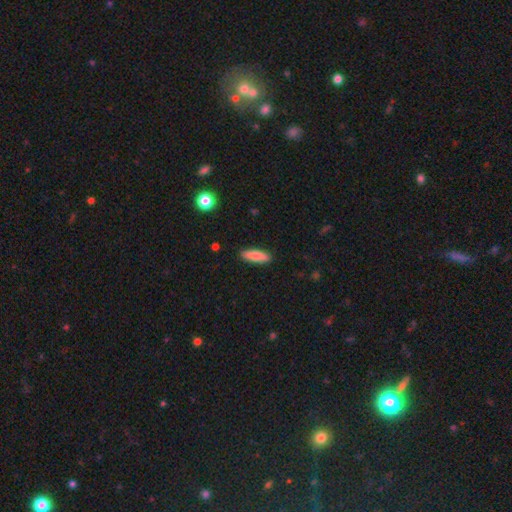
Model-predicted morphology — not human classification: Smooth or featured? Predicted: smooth (p=0.80). How rounded? Predicted: cigar-shaped (p=0.52). Merging? Predicted: none (p=0.89).